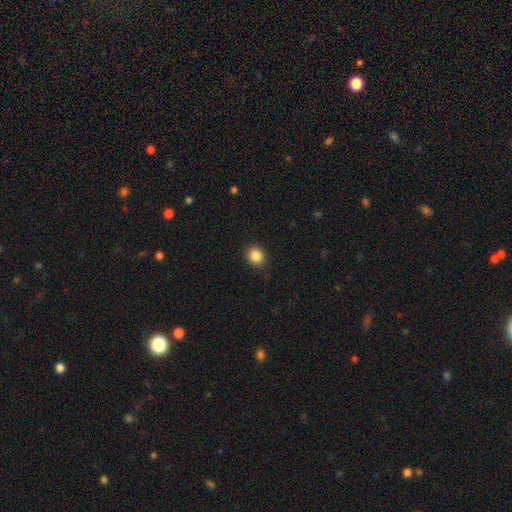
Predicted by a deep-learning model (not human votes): Overall: smooth (86%). How rounded: round (79%). Merging: none (87%).